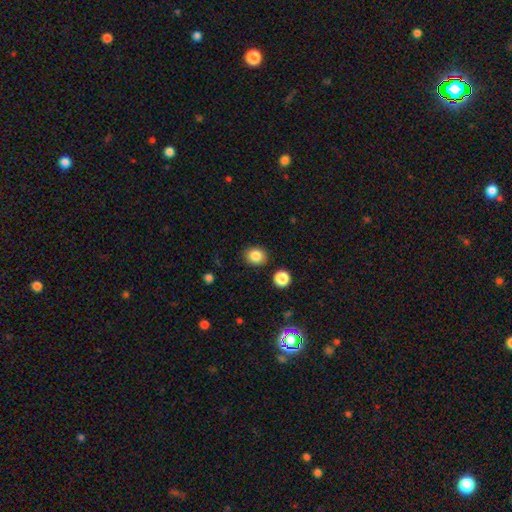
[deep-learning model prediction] A smooth galaxy with no disk features (84%) that is round (71%).

Vote fractions:
- Smooth or featured? smooth: 84% / star or artifact: 10% / featured or disk: 6%
- How rounded? round: 71% / in between: 28% / cigar-shaped: 1%
- Merging? none: 87% / minor disturbance: 8% / merger: 3% / major disturbance: 2%